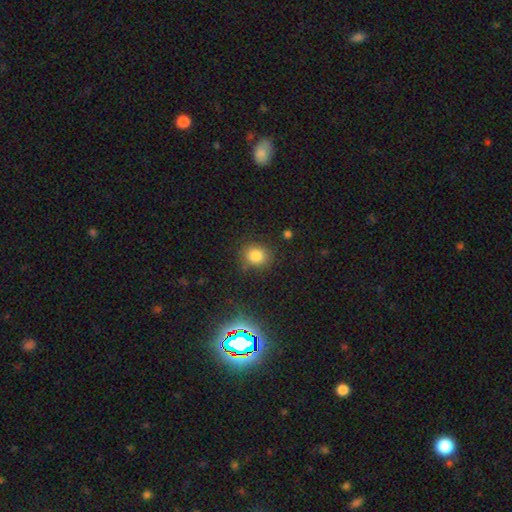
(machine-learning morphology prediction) smooth_or_featured: smooth (p=0.80) [alt: star or artifact p=0.14]
how_rounded: round (p=0.72) [alt: in between p=0.27]
merging: none (p=0.81) [alt: minor disturbance p=0.12]